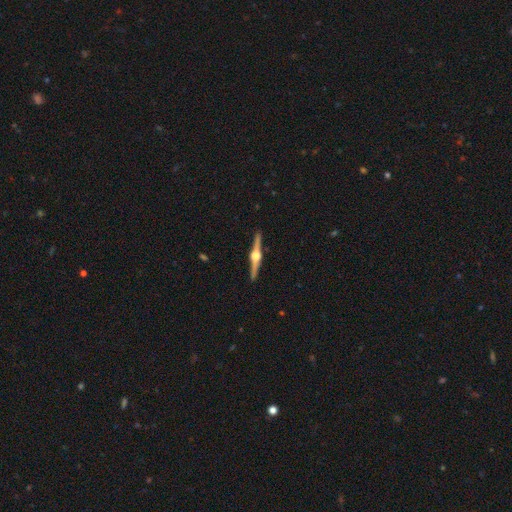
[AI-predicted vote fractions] A featured or disk galaxy (88%) viewed edge-on (99%) with a rounded central bulge (95%). Merging: none (92%).